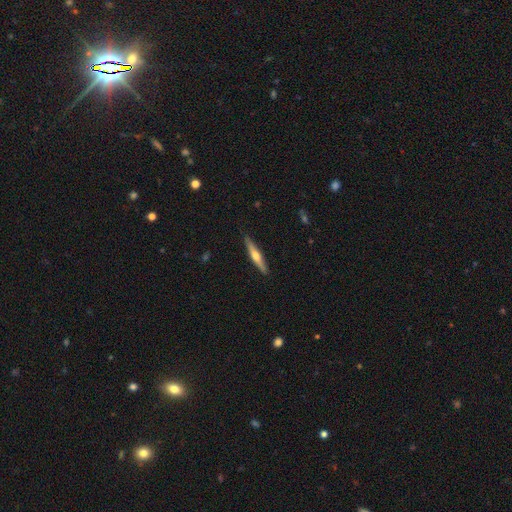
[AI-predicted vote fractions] Smooth or featured?
  - featured or disk: 63% *
  - smooth: 31%
  - star or artifact: 5%
Edge-on disk?
  - yes: 97% *
  - no: 3%
Edge-on bulge?
  - rounded: 91% *
  - none: 6%
  - boxy: 3%
Merging?
  - none: 91% *
  - minor disturbance: 7%
  - major disturbance: 1%
  - merger: 1%